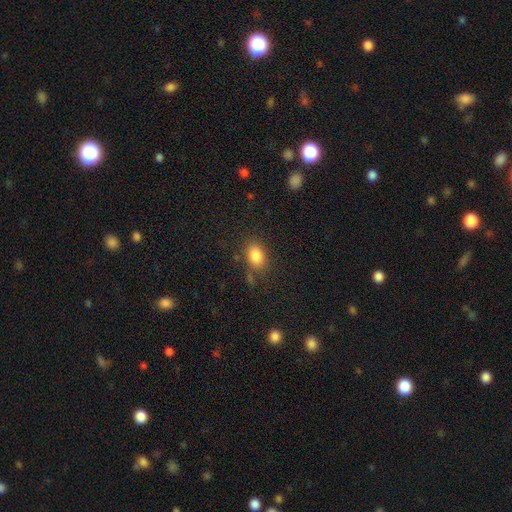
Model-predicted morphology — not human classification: smooth_or_featured: smooth (p=0.84) [alt: star or artifact p=0.10]
how_rounded: in between (p=0.80) [alt: round p=0.19]
merging: none (p=0.74) [alt: minor disturbance p=0.15]